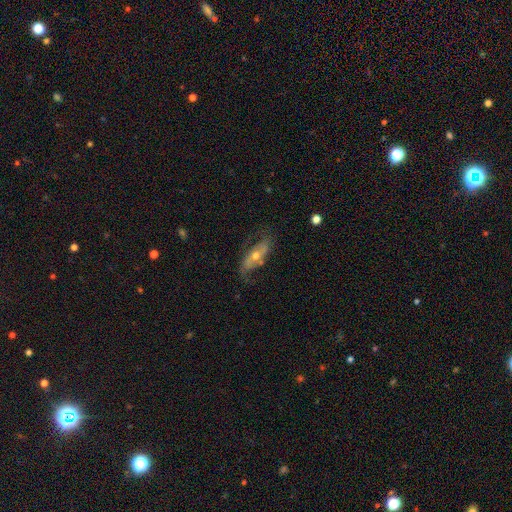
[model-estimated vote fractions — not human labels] Smooth or featured: featured or disk — 69% (smooth — 24%)
Edge-on disk: no — 83% (yes — 17%)
Bar: no — 55% (weak — 26%)
Spiral arms: yes — 79% (no — 21%)
Bulge size: moderate — 64% (small — 29%)
Merging: none — 66% (minor disturbance — 20%)